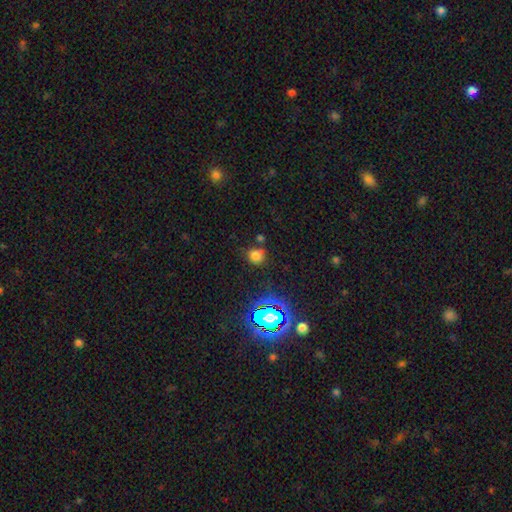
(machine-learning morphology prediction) Smooth or featured?
  - smooth: 69% *
  - star or artifact: 24%
  - featured or disk: 7%
How rounded?
  - round: 81% *
  - in between: 18%
  - cigar-shaped: 1%
Merging?
  - none: 71% *
  - minor disturbance: 14%
  - merger: 11%
  - major disturbance: 5%